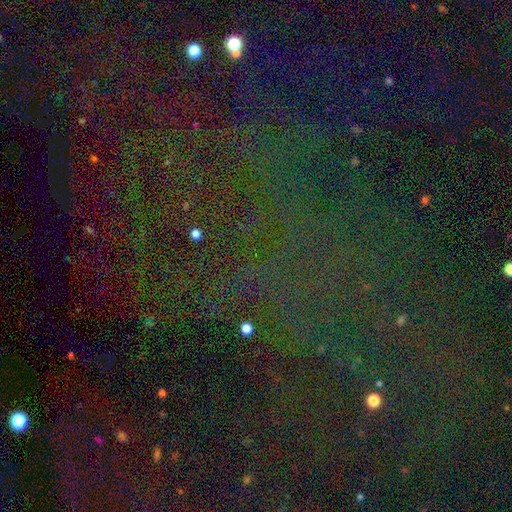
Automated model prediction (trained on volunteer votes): Smooth or featured? Predicted: star or artifact (p=0.80).